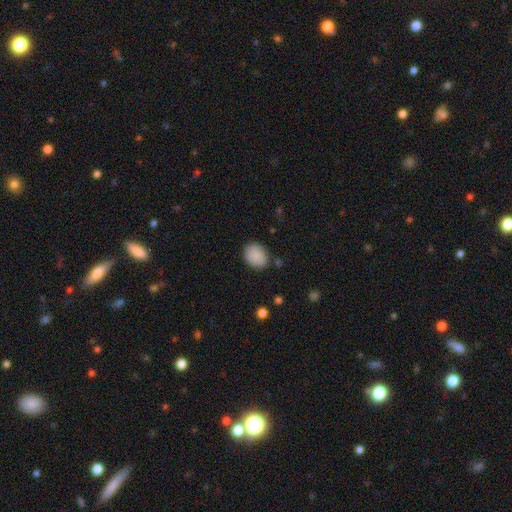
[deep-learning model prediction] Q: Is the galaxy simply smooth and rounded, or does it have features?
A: smooth — 89%.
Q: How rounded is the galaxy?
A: in between — 65%.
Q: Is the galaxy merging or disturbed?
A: none — 80%.